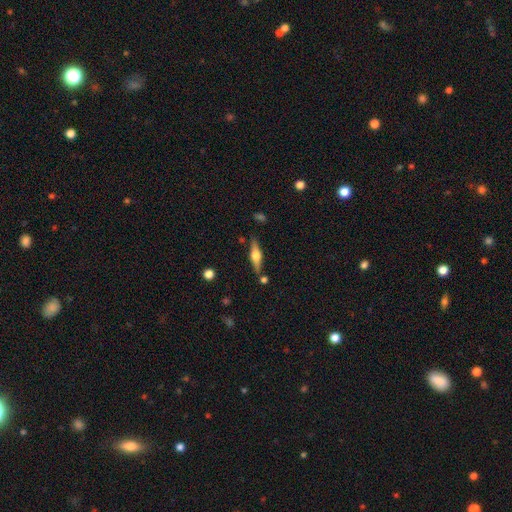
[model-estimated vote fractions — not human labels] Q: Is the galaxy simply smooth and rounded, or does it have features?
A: featured or disk — 67%.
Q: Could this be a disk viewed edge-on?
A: yes — 96%.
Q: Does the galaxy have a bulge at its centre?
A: rounded — 92%.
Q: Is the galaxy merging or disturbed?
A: none — 82%.